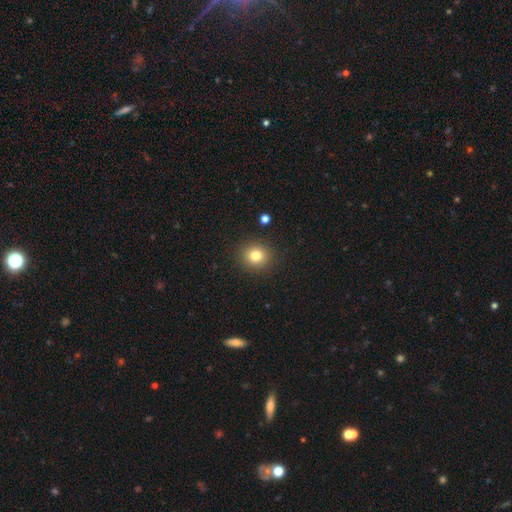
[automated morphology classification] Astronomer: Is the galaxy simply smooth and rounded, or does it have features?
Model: smooth — 80%.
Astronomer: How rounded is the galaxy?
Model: round — 85%.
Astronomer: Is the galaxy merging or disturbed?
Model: none — 90%.